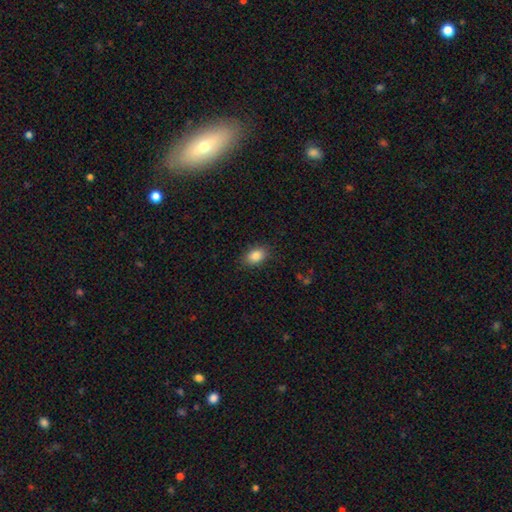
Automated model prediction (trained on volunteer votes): smooth 85%, star or artifact 9%, featured or disk 6%. Down the decision tree: how rounded — in between (84%); merging — none (86%).